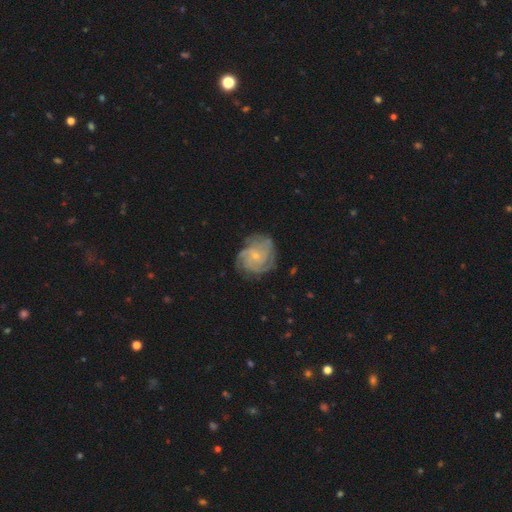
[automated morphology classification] This appears to be a featured or disk galaxy (85%) with no bar (71%), 4 (30%) tight (63%) spiral arms (97%) and a small central bulge (74%). Merging: none (74%).